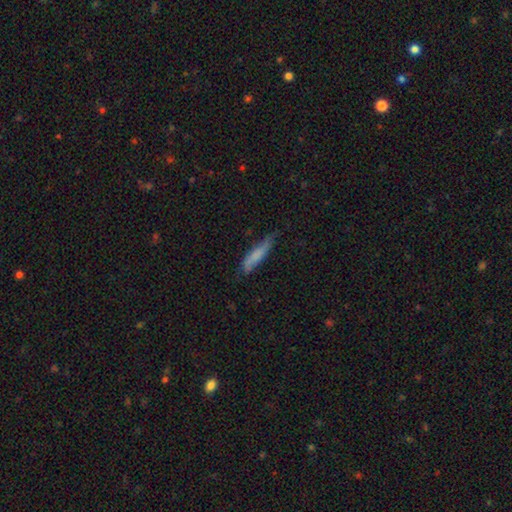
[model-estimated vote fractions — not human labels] Morphology: type=smooth (71%); roundness=cigar-shaped (82%); merging=none (60%).